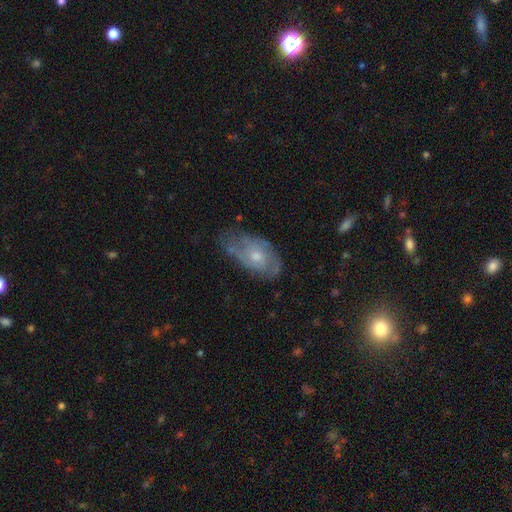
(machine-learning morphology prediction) This is possibly a featured or disk galaxy (55%). It is clearly not viewed edge-on (92%). Bar: clearly no (81%). Spiral arm pattern: likely yes (63%). Central bulge: possibly moderate (56%). Merging: possibly none (49%).